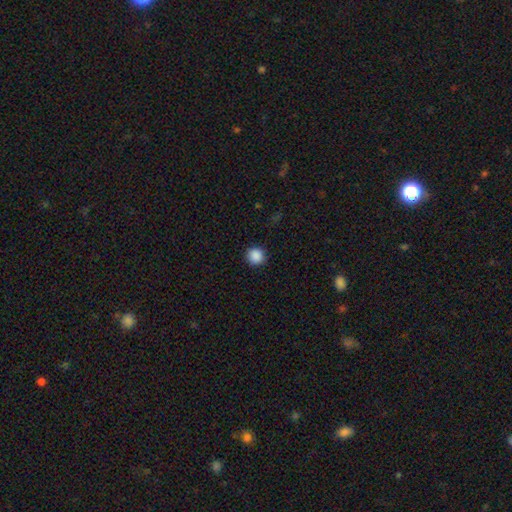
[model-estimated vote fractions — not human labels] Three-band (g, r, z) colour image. It shows a smooth galaxy with no disk features (88%) that is round (94%). Merging: none (91%).